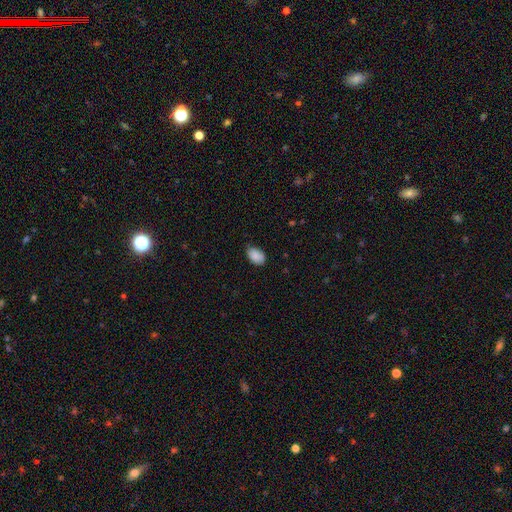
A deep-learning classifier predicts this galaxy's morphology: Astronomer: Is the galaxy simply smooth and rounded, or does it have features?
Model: smooth — 88%.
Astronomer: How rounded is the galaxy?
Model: in between — 91%.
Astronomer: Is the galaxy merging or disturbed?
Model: none — 76%.